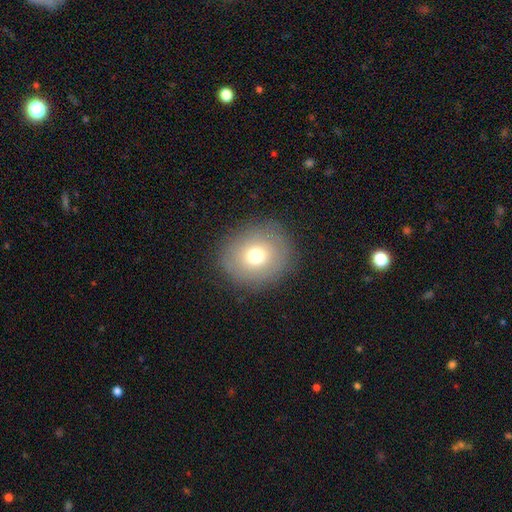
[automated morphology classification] Smooth or featured: smooth — 70% (featured or disk — 17%)
How rounded: round — 77% (in between — 22%)
Merging: none — 86% (minor disturbance — 9%)